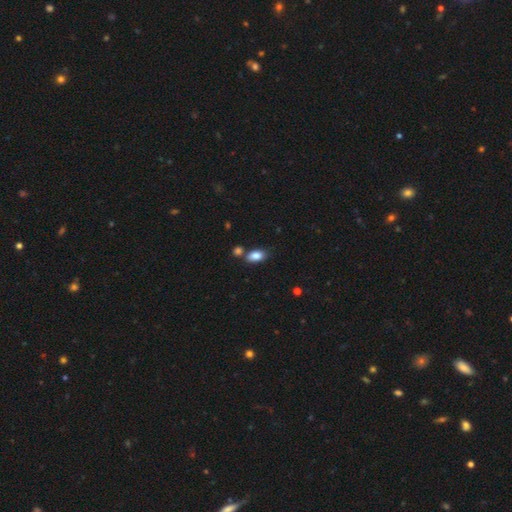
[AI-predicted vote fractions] A smooth galaxy with no disk features (86%) that is in between round and cigar-shaped (91%).

Vote fractions:
- Smooth or featured? smooth: 86% / star or artifact: 8% / featured or disk: 6%
- How rounded? in between: 91% / round: 6% / cigar-shaped: 3%
- Merging? none: 67% / merger: 18% / minor disturbance: 12% / major disturbance: 3%